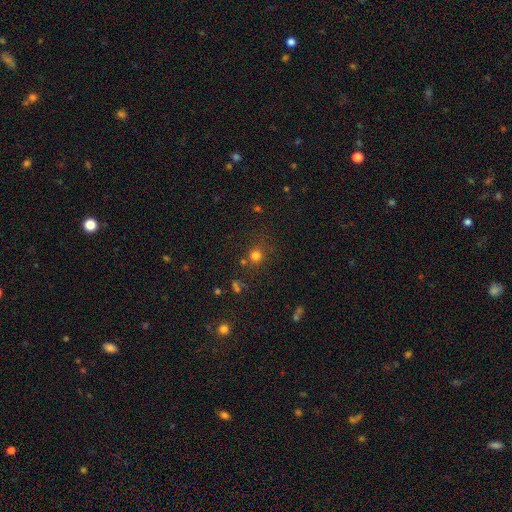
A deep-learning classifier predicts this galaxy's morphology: Overall: smooth (74%). How rounded: round (90%). Merging: none (75%).